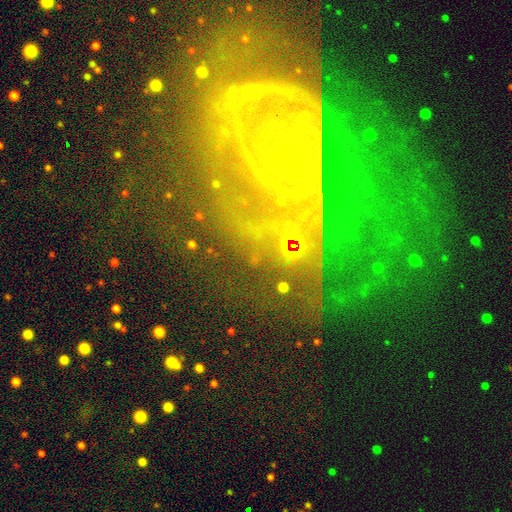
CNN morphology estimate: This appears to be a featured or disk galaxy (57%) with no bar (51%), spiral arms (91%) and a small central bulge (61%). Merging: none (68%).